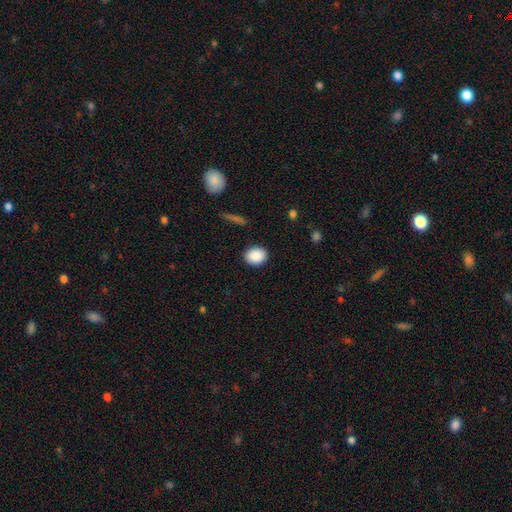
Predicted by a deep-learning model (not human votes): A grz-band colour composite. It shows a smooth galaxy with no disk features (89%) that is round (53%). Merging: none (89%).